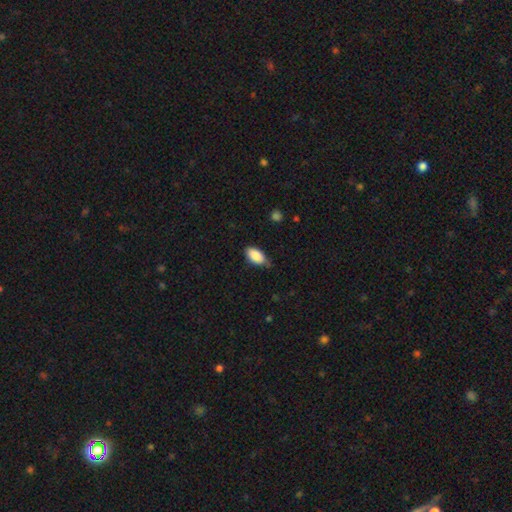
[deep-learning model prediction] smooth_or_featured: smooth (p=0.88) [alt: star or artifact p=0.07]
how_rounded: in between (p=0.93) [alt: cigar-shaped p=0.03]
merging: none (p=0.68) [alt: minor disturbance p=0.27]